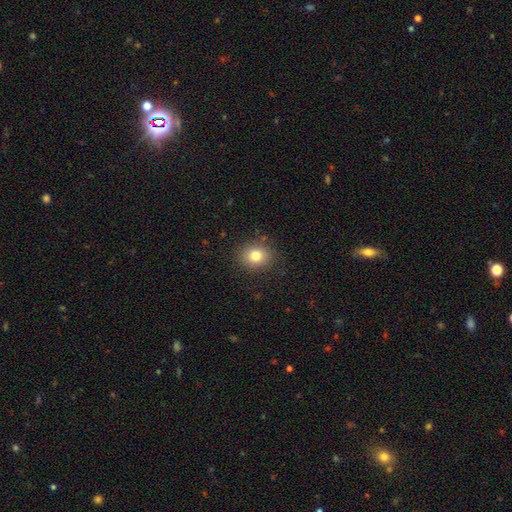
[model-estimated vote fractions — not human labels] Smooth or featured? smooth (79%)
How rounded? round (72%)
Merging? none (87%)